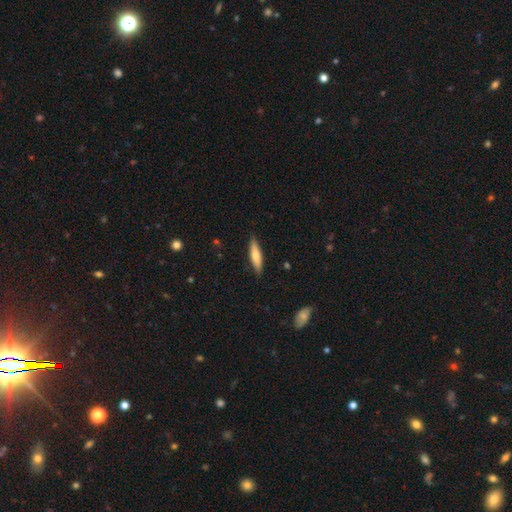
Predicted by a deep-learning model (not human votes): smooth 65%, featured or disk 30%, star or artifact 6%. Down the decision tree: how rounded — cigar-shaped (74%); merging — none (88%).